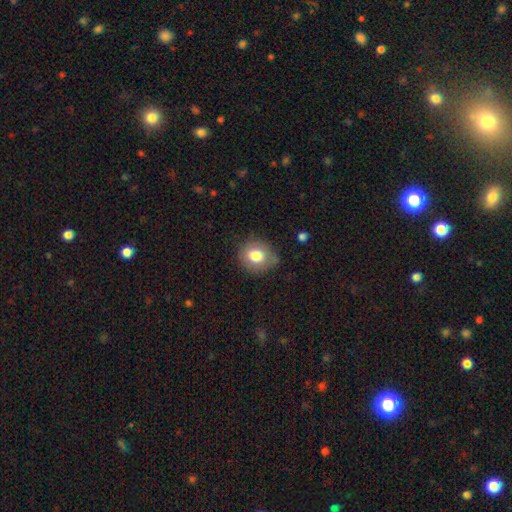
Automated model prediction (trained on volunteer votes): The model was most divided on "how rounded": round: 73%, in between: 26%, cigar-shaped: 1%. More confident: smooth or featured — smooth (79%); merging — none (74%).